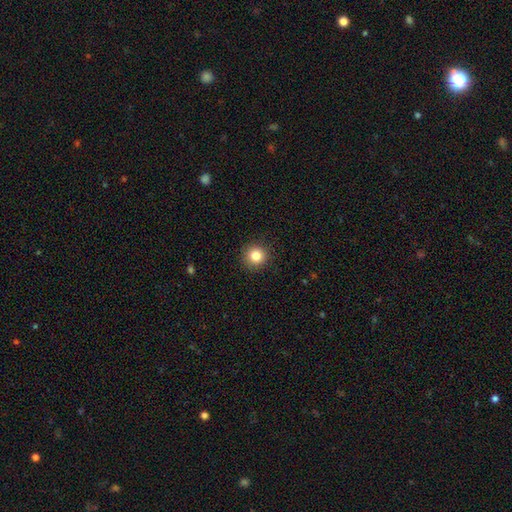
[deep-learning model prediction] A smooth galaxy with no disk features (83%) that is round (94%). Merging: none (92%).